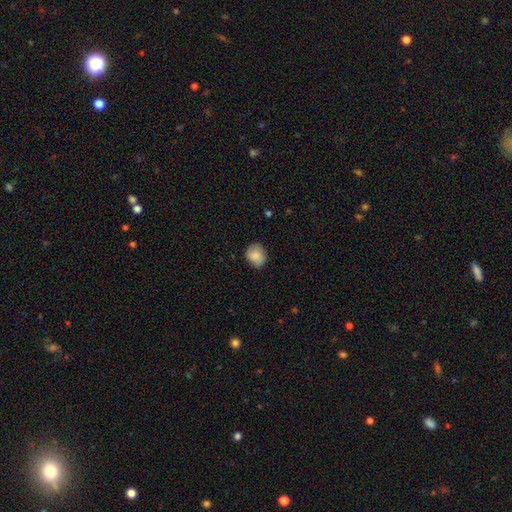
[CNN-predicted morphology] Smooth or featured? Predicted: smooth (p=0.86). How rounded? Predicted: round (p=0.74). Merging? Predicted: none (p=0.80).